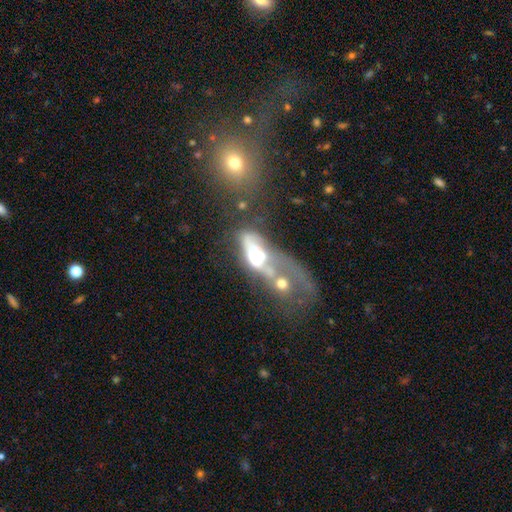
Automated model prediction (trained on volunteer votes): Smooth or featured?
  - featured or disk: 54% *
  - smooth: 34%
  - star or artifact: 12%
Edge-on disk?
  - no: 79% *
  - yes: 21%
Merging?
  - merger: 56% *
  - major disturbance: 27%
  - none: 10%
  - minor disturbance: 7%